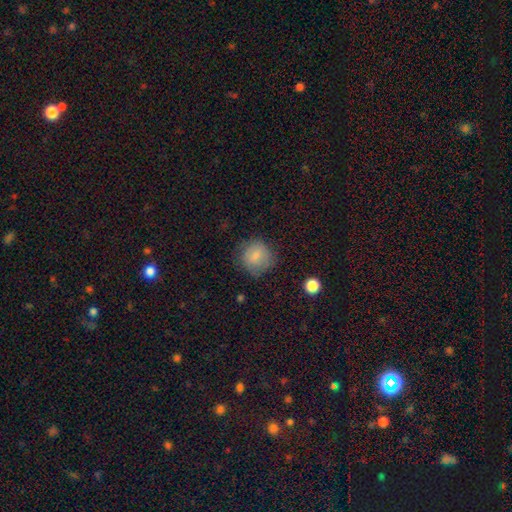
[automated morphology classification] Overall: smooth (77%). How rounded: round (85%). Merging: none (69%).